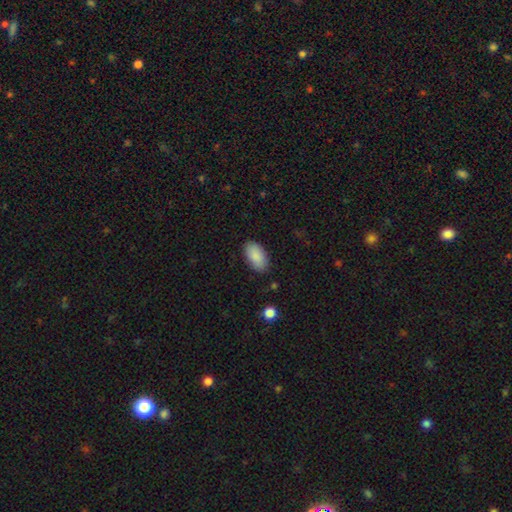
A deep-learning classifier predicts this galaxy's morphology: type=smooth (89%); roundness=in between (95%); merging=none (86%).